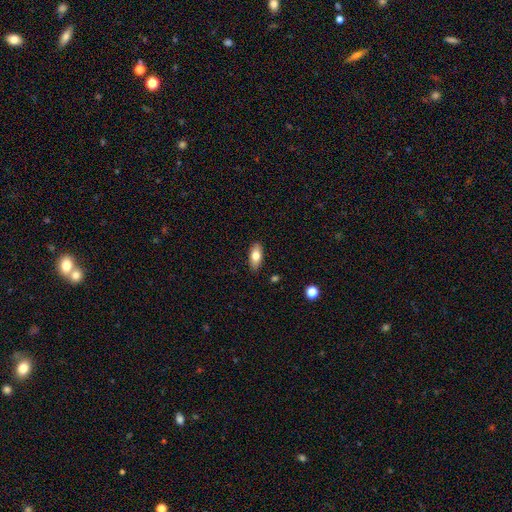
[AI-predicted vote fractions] A smooth galaxy with no disk features (76%) that is in between round and cigar-shaped (85%).

Vote fractions:
- Smooth or featured? smooth: 76% / featured or disk: 17% / star or artifact: 7%
- How rounded? in between: 85% / cigar-shaped: 12% / round: 3%
- Merging? none: 88% / minor disturbance: 9% / major disturbance: 2% / merger: 1%